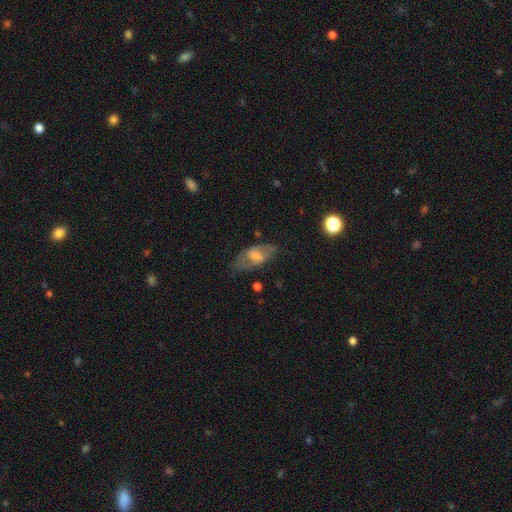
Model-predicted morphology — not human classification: Smooth or featured?
  - featured or disk: 52% *
  - smooth: 40%
  - star or artifact: 9%
Edge-on disk?
  - no: 86% *
  - yes: 14%
Merging?
  - none: 65% *
  - minor disturbance: 21%
  - major disturbance: 12%
  - merger: 2%